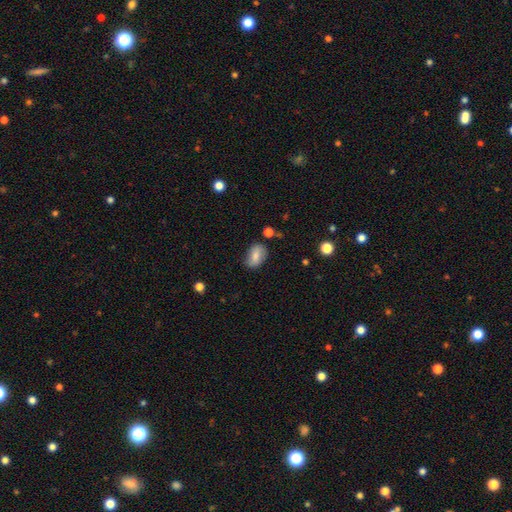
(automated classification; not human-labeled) Smooth or featured? smooth (73%)
How rounded? in between (86%)
Merging? none (73%)